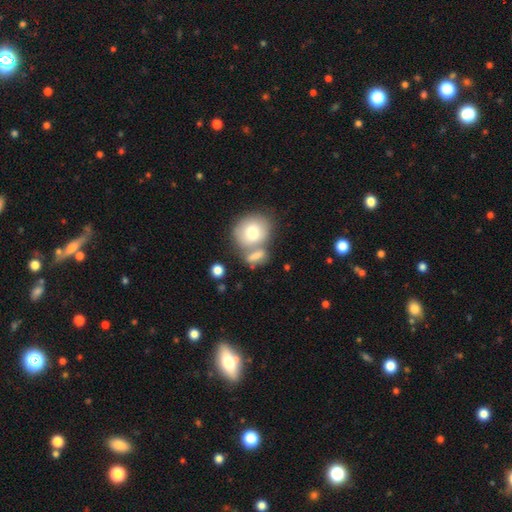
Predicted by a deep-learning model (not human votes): A smooth galaxy with no disk features (73%) that is in between round and cigar-shaped (51%). Merging: none (41%).